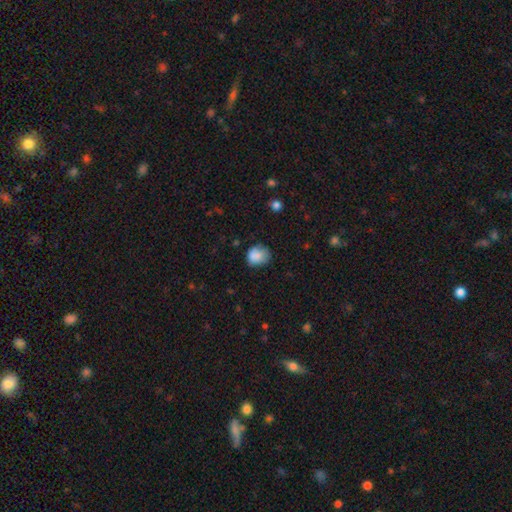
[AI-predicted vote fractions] Smooth or featured: smooth — 81% (featured or disk — 10%)
How rounded: round — 67% (in between — 32%)
Merging: none — 61% (minor disturbance — 28%)